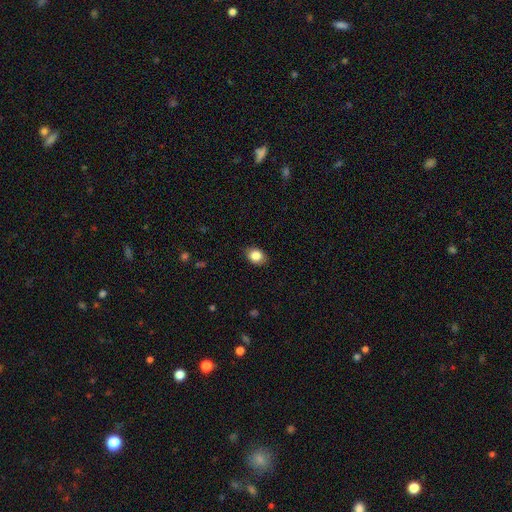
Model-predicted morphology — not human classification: A smooth galaxy with no disk features (85%) that is in between round and cigar-shaped (61%).

Vote fractions:
- Smooth or featured? smooth: 85% / star or artifact: 9% / featured or disk: 6%
- How rounded? in between: 61% / round: 38% / cigar-shaped: 1%
- Merging? none: 87% / minor disturbance: 10% / major disturbance: 2% / merger: 1%